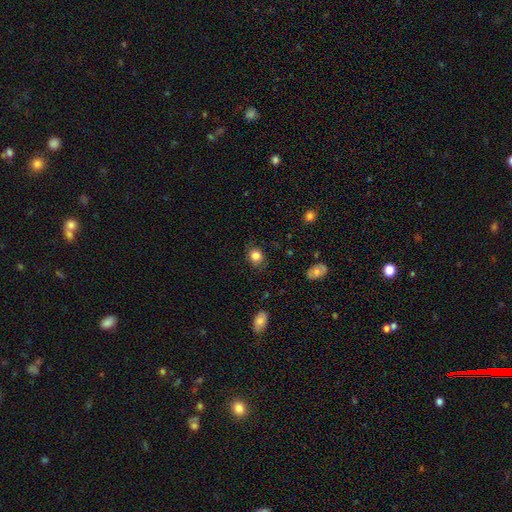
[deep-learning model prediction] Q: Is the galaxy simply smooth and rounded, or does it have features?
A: smooth — 83%.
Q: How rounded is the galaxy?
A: round — 69%.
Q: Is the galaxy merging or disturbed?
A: none — 82%.